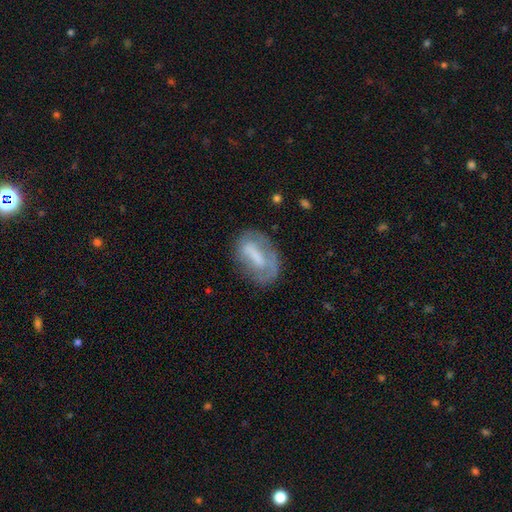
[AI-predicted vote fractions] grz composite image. It shows a featured or disk galaxy (48%). Merging: none (55%).